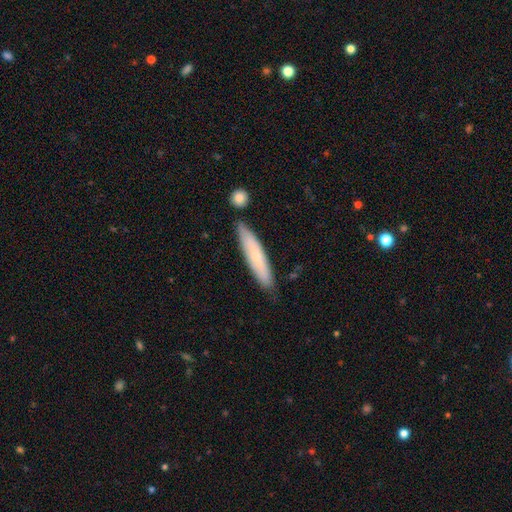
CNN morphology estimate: smooth_or_featured: smooth (p=0.65) [alt: featured or disk p=0.29]
how_rounded: cigar-shaped (p=0.86) [alt: in between p=0.12]
merging: none (p=0.78) [alt: minor disturbance p=0.14]